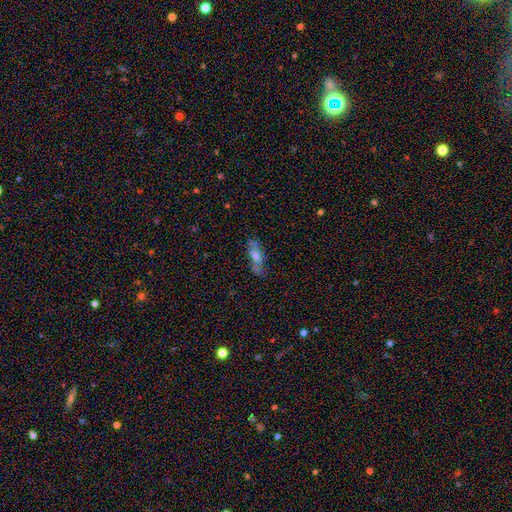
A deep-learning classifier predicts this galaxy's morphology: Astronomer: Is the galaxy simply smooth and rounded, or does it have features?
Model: smooth — 47% (runner-up: featured or disk, 43%).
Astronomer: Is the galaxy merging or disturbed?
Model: none — 70%.